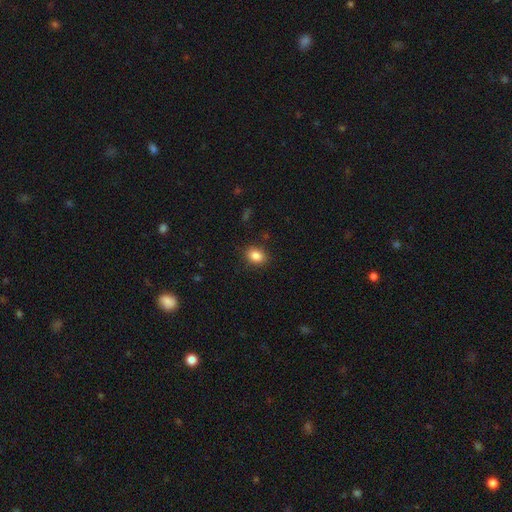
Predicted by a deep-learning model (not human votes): The model was most divided on "how rounded": in between: 71%, round: 28%, cigar-shaped: 1%. More confident: merging — none (87%); smooth or featured — smooth (86%).